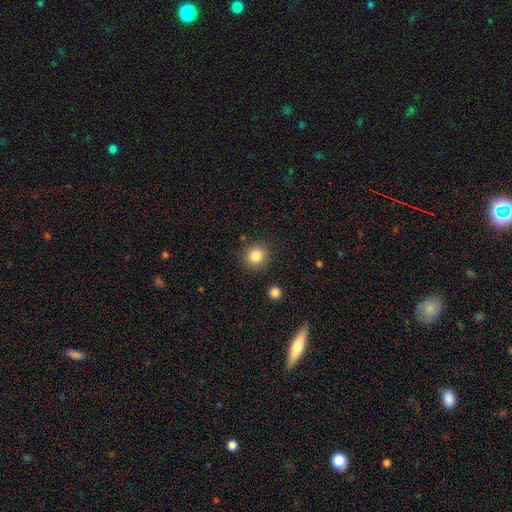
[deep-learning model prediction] This is clearly a smooth galaxy (84%). How rounded: clearly round (92%). Merging: clearly none (88%).